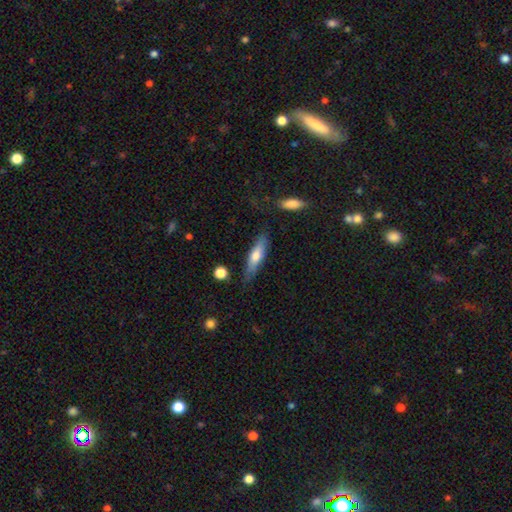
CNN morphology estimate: smooth 59%, featured or disk 35%, star or artifact 6%. Down the decision tree: how rounded — cigar-shaped (72%); merging — none (79%).